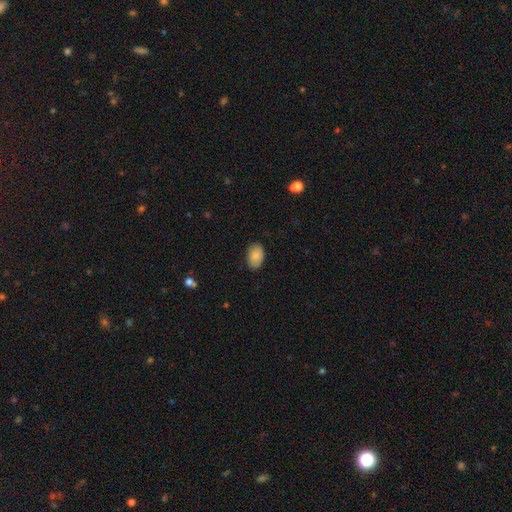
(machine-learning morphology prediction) Smooth or featured: smooth — 87% (star or artifact — 7%)
How rounded: in between — 90% (round — 8%)
Merging: none — 84% (minor disturbance — 13%)